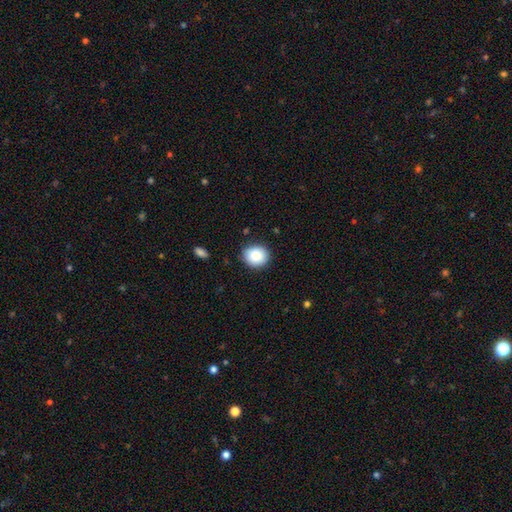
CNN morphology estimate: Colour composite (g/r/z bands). It shows a smooth galaxy with no disk features (86%) that is round (75%). Merging: none (86%).